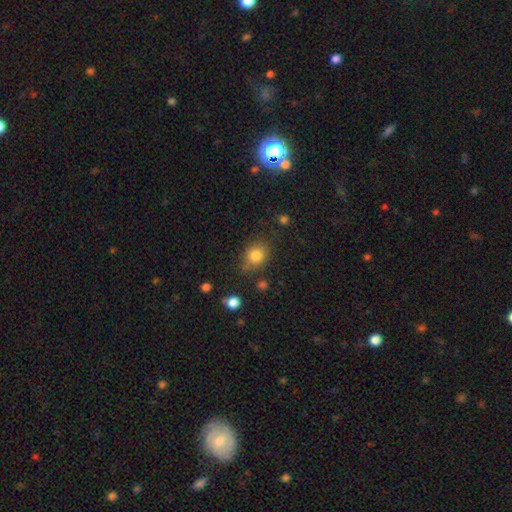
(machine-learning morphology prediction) smooth_or_featured: smooth (p=0.81) [alt: star or artifact p=0.11]
how_rounded: round (p=0.58) [alt: in between p=0.40]
merging: none (p=0.70) [alt: minor disturbance p=0.20]